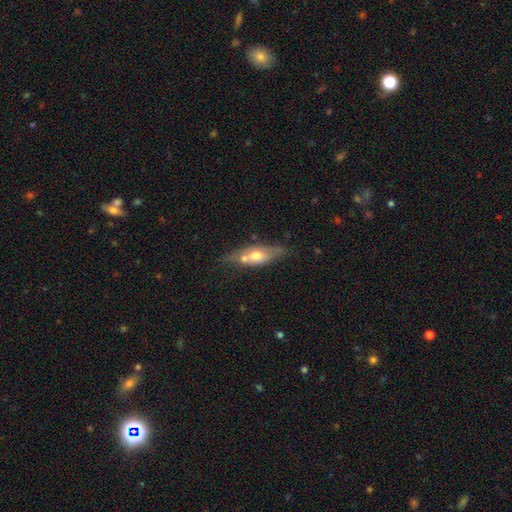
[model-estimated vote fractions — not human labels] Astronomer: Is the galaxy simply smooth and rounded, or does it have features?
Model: featured or disk — 51% (runner-up: smooth, 43%).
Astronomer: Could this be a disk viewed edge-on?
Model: yes — 58% (runner-up: no, 42%).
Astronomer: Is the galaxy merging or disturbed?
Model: none — 55%.